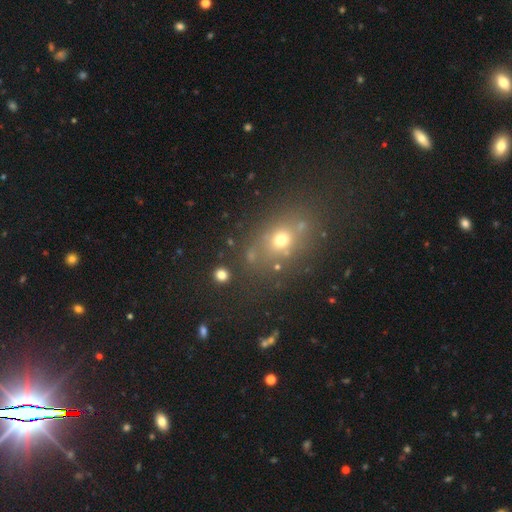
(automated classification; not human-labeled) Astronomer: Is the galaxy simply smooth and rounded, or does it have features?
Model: smooth — 55%.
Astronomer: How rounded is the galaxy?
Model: round — 52% (runner-up: in between, 45%).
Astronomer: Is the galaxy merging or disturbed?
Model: none — 74%.